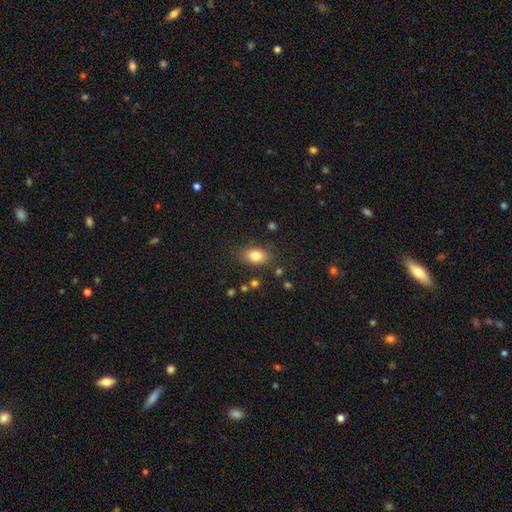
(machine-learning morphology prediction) A smooth galaxy with no disk features (81%) that is in between round and cigar-shaped (80%). Merging: none (81%).